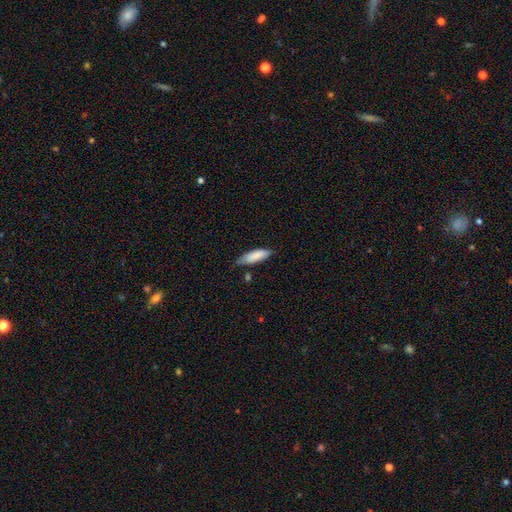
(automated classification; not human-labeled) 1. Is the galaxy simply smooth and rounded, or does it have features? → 84% smooth, 10% featured or disk, 6% star or artifact.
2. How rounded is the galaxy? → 53% in between, 46% cigar-shaped, 1% round.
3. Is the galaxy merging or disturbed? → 63% none, 29% minor disturbance, 5% major disturbance, 4% merger.